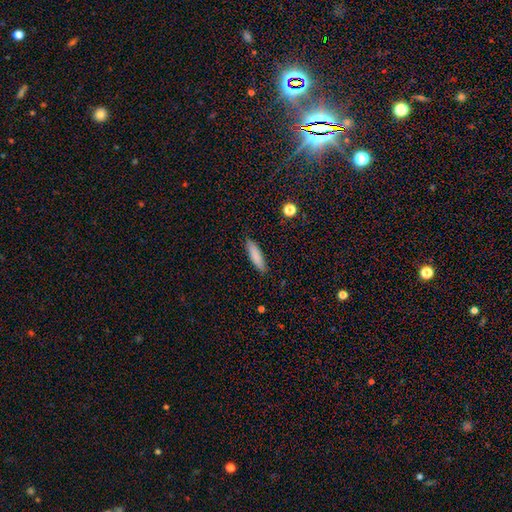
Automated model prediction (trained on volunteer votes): Smooth or featured? smooth (85%)
How rounded? cigar-shaped (73%)
Merging? none (89%)